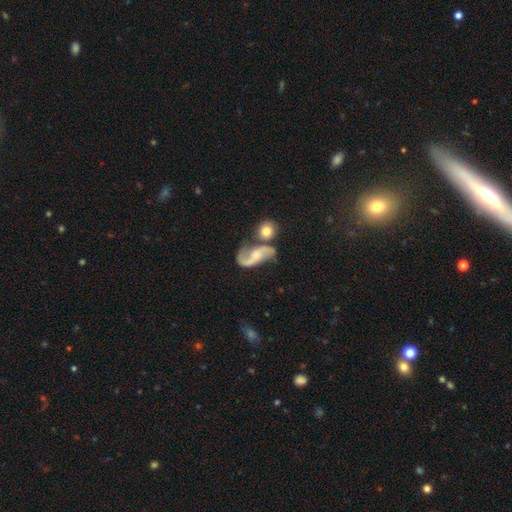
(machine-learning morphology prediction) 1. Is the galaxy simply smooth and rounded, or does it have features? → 81% featured or disk, 13% smooth, 6% star or artifact.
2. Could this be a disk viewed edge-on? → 96% no, 4% yes.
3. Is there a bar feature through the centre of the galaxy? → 53% no, 36% weak, 11% strong.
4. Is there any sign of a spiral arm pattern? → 94% yes, 6% no.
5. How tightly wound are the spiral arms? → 71% loose, 23% medium, 5% tight.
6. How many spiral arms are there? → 90% 2, 5% 1, 3% can't tell, 1% 3, 1% 4, 1% more than 4.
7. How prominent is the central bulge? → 50% small, 38% moderate, 7% none, 4% large, 1% dominant.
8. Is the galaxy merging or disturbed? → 44% none, 29% merger, 16% minor disturbance, 12% major disturbance.